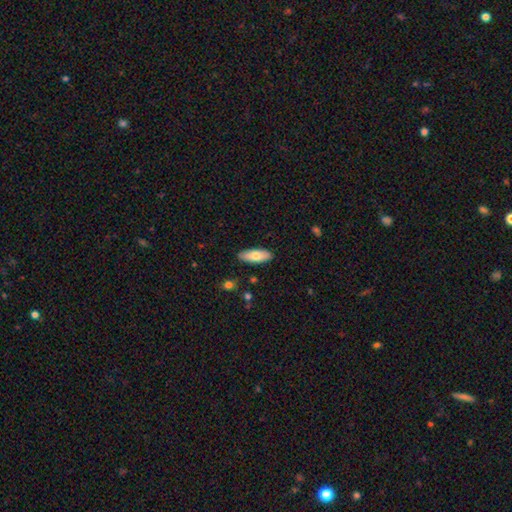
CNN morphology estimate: Smooth or featured? smooth (74%)
How rounded? in between (74%)
Merging? none (88%)